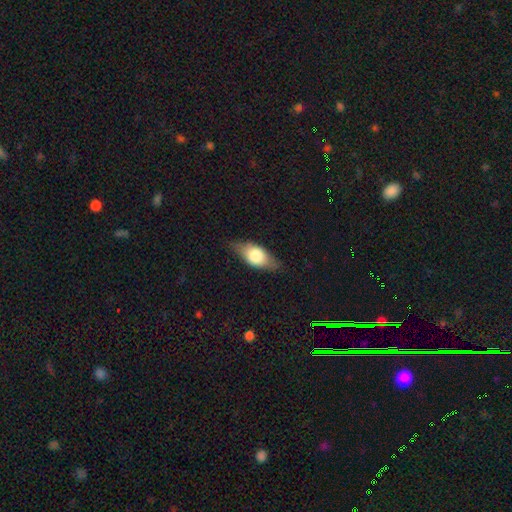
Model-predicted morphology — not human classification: smooth_or_featured: smooth (p=0.61) [alt: featured or disk p=0.32]
how_rounded: in between (p=0.81) [alt: cigar-shaped p=0.13]
merging: none (p=0.77) [alt: minor disturbance p=0.18]